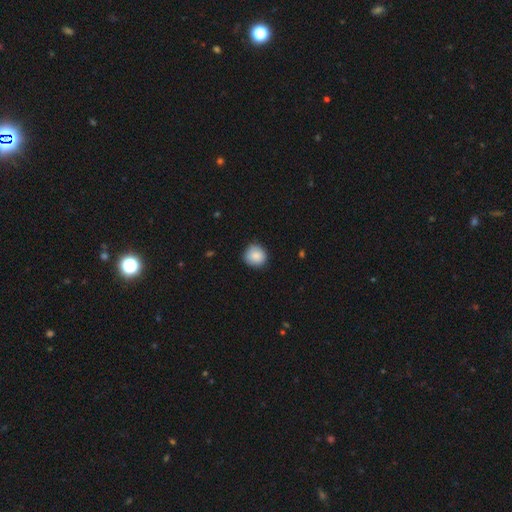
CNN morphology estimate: This is clearly a smooth galaxy (88%). How rounded: clearly round (90%). Merging: clearly none (83%).